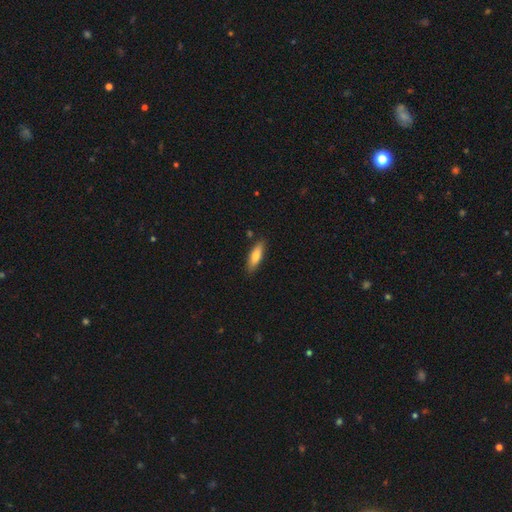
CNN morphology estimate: A smooth galaxy with no disk features (75%) that is cigar-shaped (51%).

Vote fractions:
- Smooth or featured? smooth: 75% / featured or disk: 19% / star or artifact: 6%
- How rounded? cigar-shaped: 51% / in between: 47% / round: 2%
- Merging? none: 86% / minor disturbance: 10% / merger: 2% / major disturbance: 2%